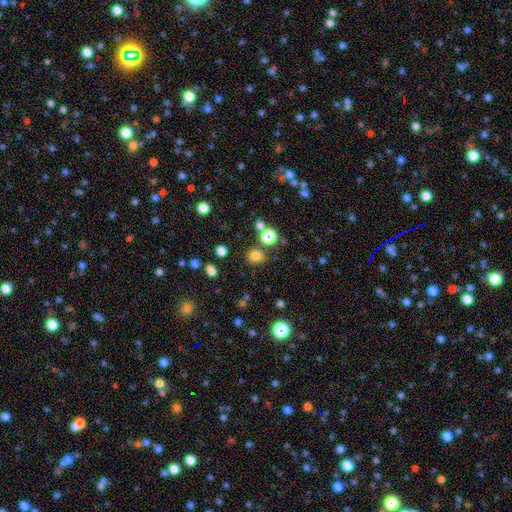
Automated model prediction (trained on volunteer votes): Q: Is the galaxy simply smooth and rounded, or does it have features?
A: smooth — 76%.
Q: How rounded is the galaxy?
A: round — 85%.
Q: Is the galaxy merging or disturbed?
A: none — 83%.